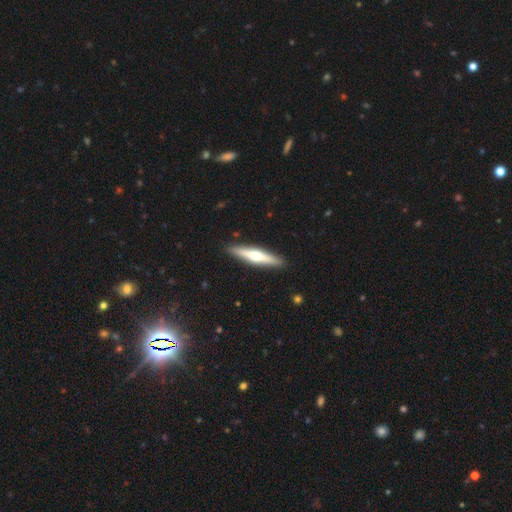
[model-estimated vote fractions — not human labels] featured or disk 57%, smooth 38%, star or artifact 5%. Down the decision tree: edge-on disk — yes (96%); edge-on bulge — rounded (91%); merging — none (91%).